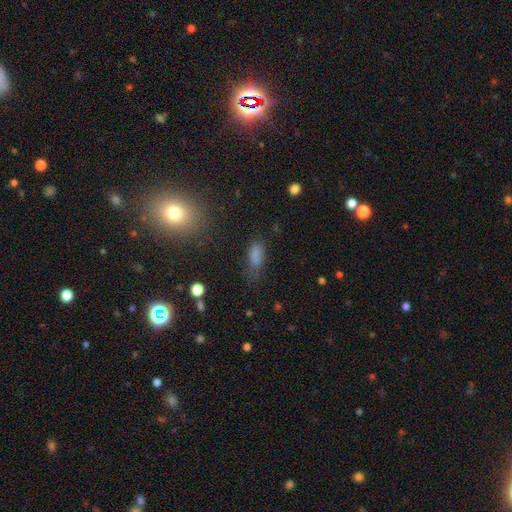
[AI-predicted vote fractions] Q: Smooth or featured?
A: smooth (79%); runner-up: star or artifact (14%)
Q: How rounded?
A: in between (82%); runner-up: cigar-shaped (13%)
Q: Merging?
A: none (57%); runner-up: minor disturbance (27%)